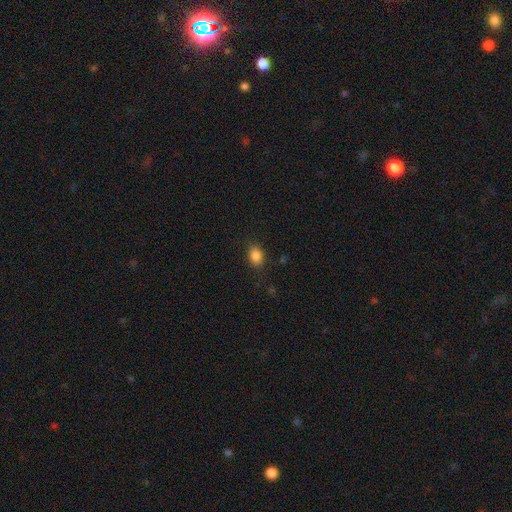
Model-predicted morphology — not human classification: The model was most divided on "how rounded": in between: 70%, round: 29%, cigar-shaped: 1%. More confident: smooth or featured — smooth (85%); merging — none (84%).